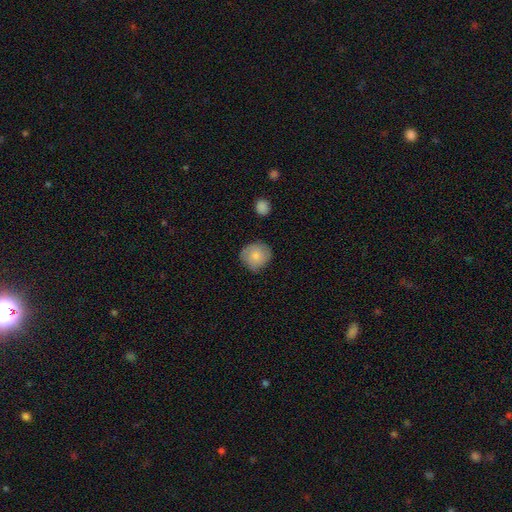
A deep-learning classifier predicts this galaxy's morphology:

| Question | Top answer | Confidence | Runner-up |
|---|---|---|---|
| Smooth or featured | smooth | 76% | featured or disk (18%) |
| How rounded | round | 88% | in between (11%) |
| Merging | none | 73% | minor disturbance (21%) |